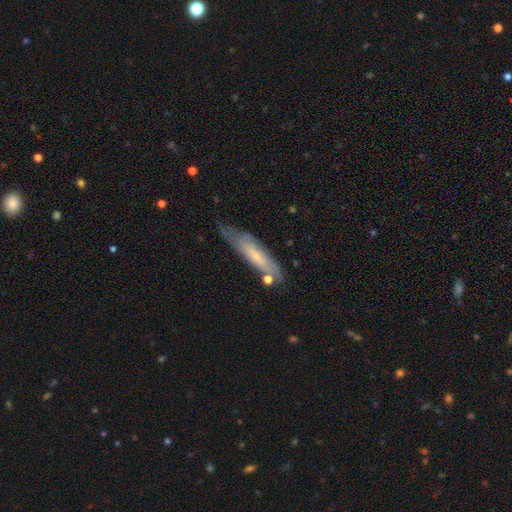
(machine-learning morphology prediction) Smooth or featured: featured or disk — 51% (smooth — 42%)
Edge-on disk: no — 52% (yes — 48%)
Merging: none — 54% (minor disturbance — 30%)